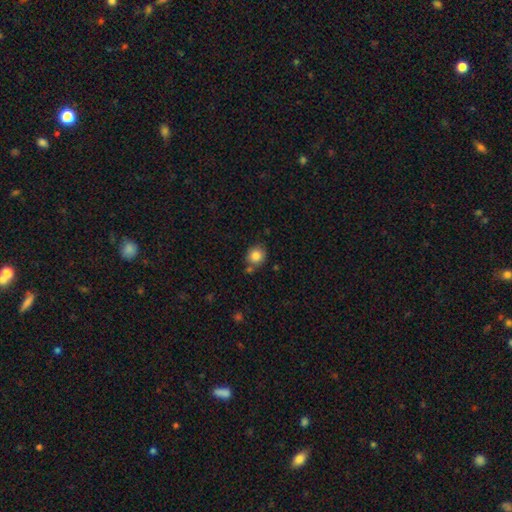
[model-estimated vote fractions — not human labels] Smooth or featured? smooth (84%)
How rounded? round (79%)
Merging? none (69%)